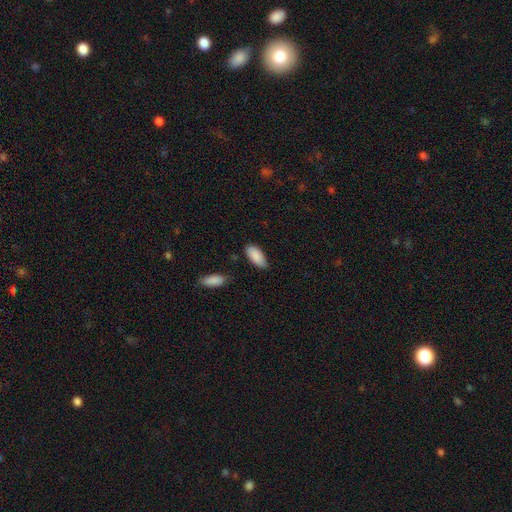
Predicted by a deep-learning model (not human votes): smooth 89%, star or artifact 6%, featured or disk 5%. Down the decision tree: how rounded — in between (91%); merging — none (74%).